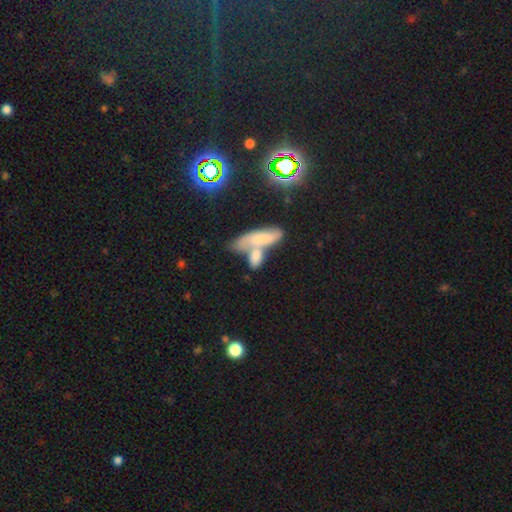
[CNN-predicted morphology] Smooth or featured? Predicted: smooth (p=0.72). How rounded? Predicted: in between (p=0.70). Merging? Predicted: merger (p=0.57).